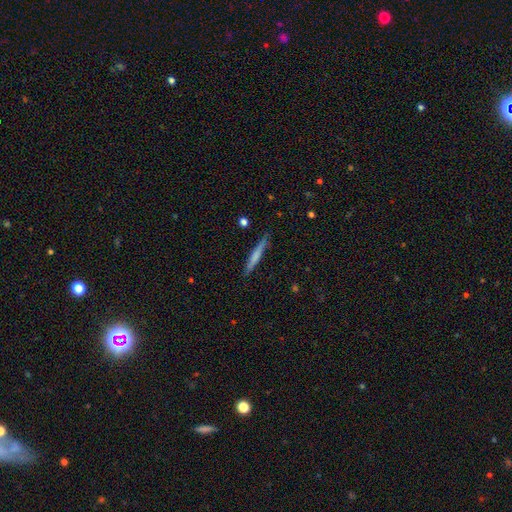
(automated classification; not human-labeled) A smooth galaxy with no disk features (59%) that is cigar-shaped (95%).

Vote fractions:
- Smooth or featured? smooth: 59% / featured or disk: 36% / star or artifact: 6%
- How rounded? cigar-shaped: 95% / in between: 3% / round: 1%
- Merging? none: 87% / minor disturbance: 10% / major disturbance: 2% / merger: 1%